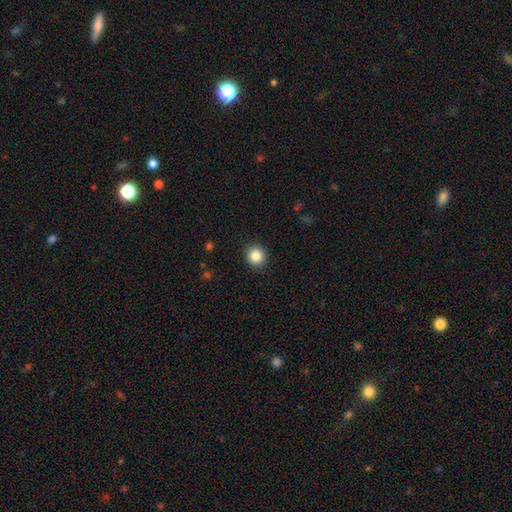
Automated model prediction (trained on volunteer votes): A smooth galaxy with no disk features (85%) that is round (84%). Merging: none (91%).